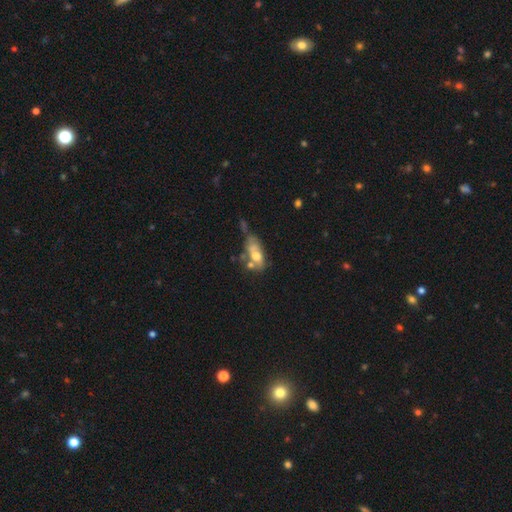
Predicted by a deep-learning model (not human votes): A smooth galaxy with no disk features (50%).

Vote fractions:
- Smooth or featured? smooth: 50% / featured or disk: 41% / star or artifact: 10%
- Merging? merger: 33% / none: 25% / minor disturbance: 21% / major disturbance: 21%